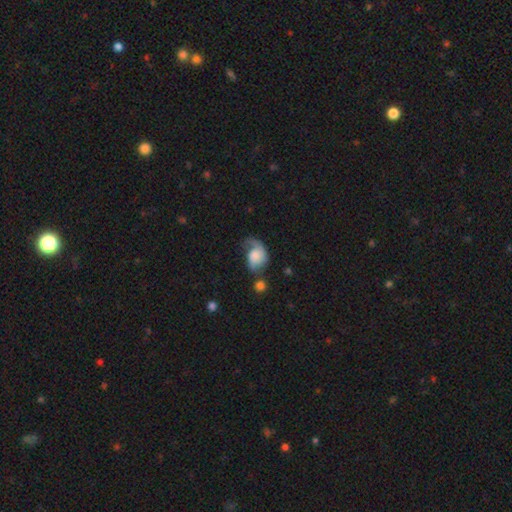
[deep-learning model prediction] Smooth or featured?
  - featured or disk: 50% *
  - smooth: 42%
  - star or artifact: 8%
Edge-on disk?
  - no: 97% *
  - yes: 3%
Merging?
  - major disturbance: 35% *
  - none: 30%
  - minor disturbance: 26%
  - merger: 9%